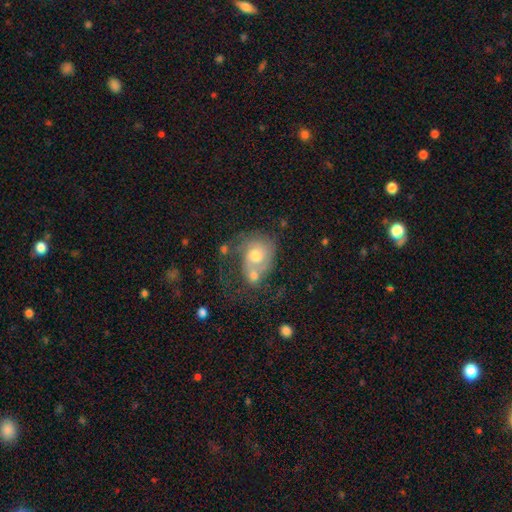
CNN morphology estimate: Overall: featured or disk (56%; smooth 35%). Edge-on disk: no (97%). Bar: no (80%). Spiral arms: yes (72%). Bulge size: moderate (69%). Merging: merger (38%; none 26%).